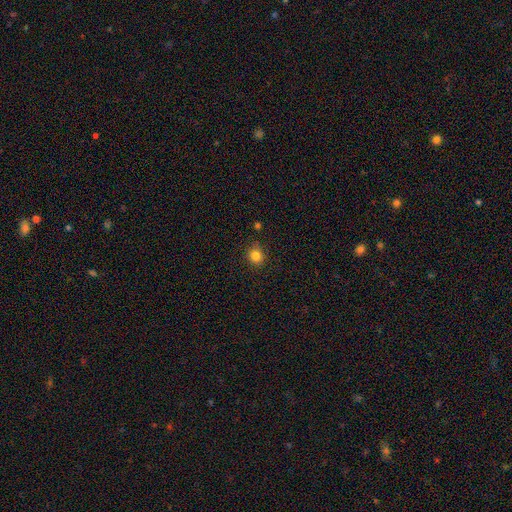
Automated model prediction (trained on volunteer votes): smooth-or-featured: smooth: 83% | star or artifact: 12% | featured or disk: 5%
  how-rounded: round: 81% | in between: 18% | cigar-shaped: 1%
  merging: none: 86% | minor disturbance: 10% | major disturbance: 2% | merger: 2%